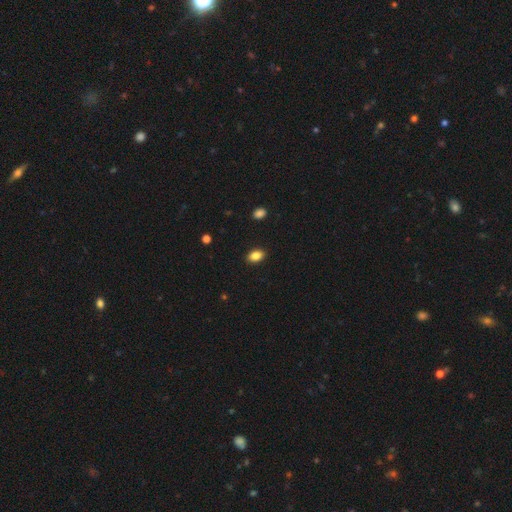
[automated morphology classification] Smooth or featured? smooth (86%)
How rounded? in between (84%)
Merging? none (89%)